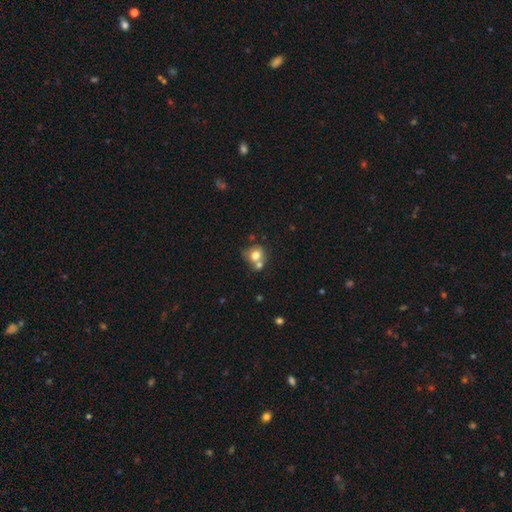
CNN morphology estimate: smooth-or-featured: smooth: 73% | featured or disk: 17% | star or artifact: 10%
  how-rounded: round: 71% | in between: 28% | cigar-shaped: 1%
  merging: merger: 43% | none: 41% | minor disturbance: 12% | major disturbance: 4%